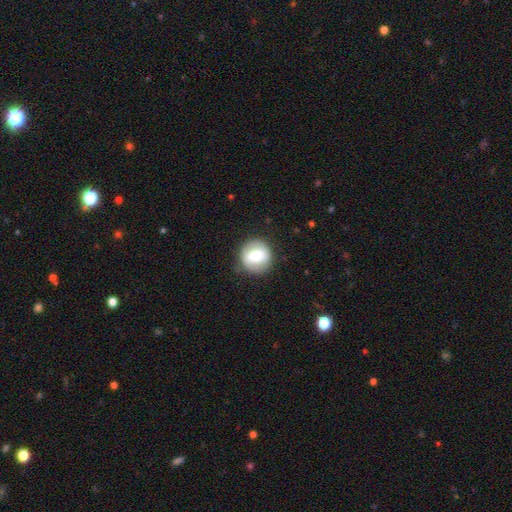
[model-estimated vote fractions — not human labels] Morphology: type=smooth (61%); roundness=round (91%); merging=none (83%).